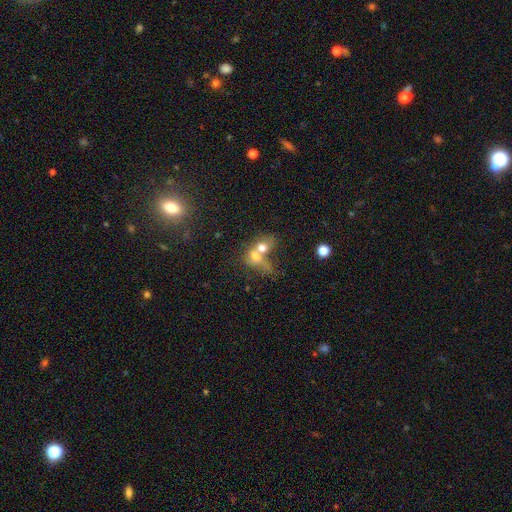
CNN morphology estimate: smooth_or_featured: smooth (p=0.59) [alt: featured or disk p=0.27]
how_rounded: in between (p=0.54) [alt: round p=0.42]
merging: merger (p=0.69) [alt: none p=0.14]